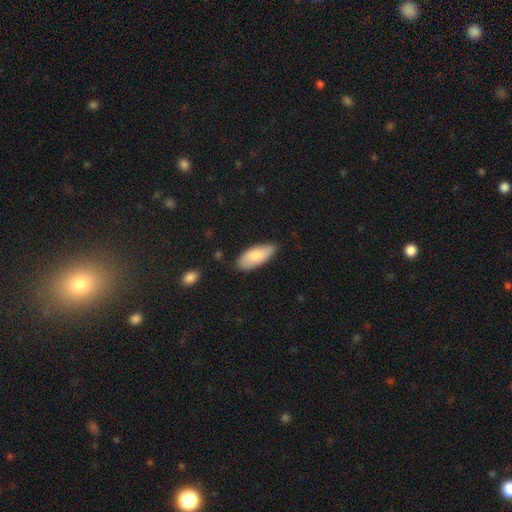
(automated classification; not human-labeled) Smooth or featured: smooth — 78% (featured or disk — 17%)
How rounded: in between — 85% (cigar-shaped — 13%)
Merging: none — 82% (minor disturbance — 14%)